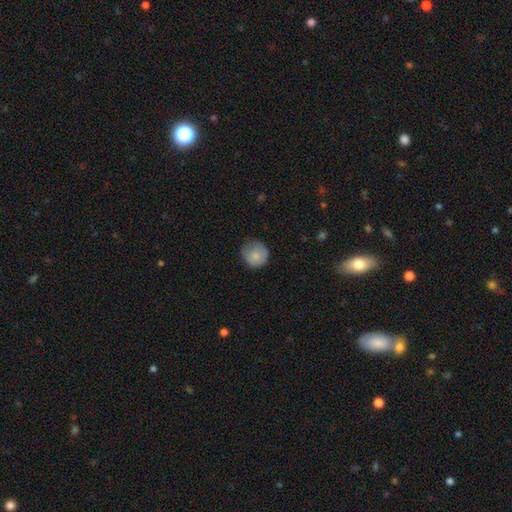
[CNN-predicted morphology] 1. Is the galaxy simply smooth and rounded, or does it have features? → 80% smooth, 13% featured or disk, 8% star or artifact.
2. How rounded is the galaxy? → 90% round, 9% in between, 1% cigar-shaped.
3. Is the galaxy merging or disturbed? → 65% none, 27% minor disturbance, 7% major disturbance, 1% merger.